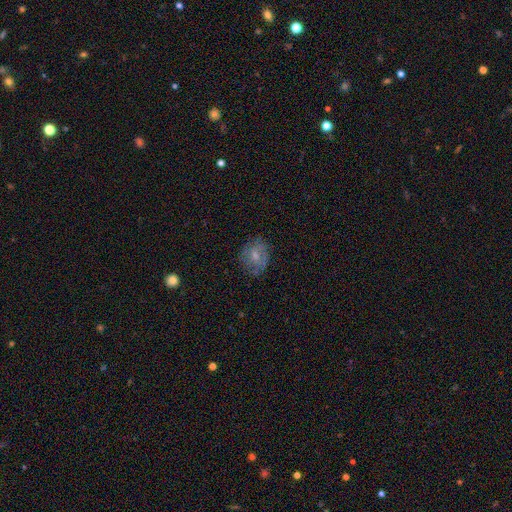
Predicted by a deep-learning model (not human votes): Smooth or featured: smooth — 57% (featured or disk — 34%)
How rounded: round — 61% (in between — 38%)
Merging: none — 68% (minor disturbance — 22%)